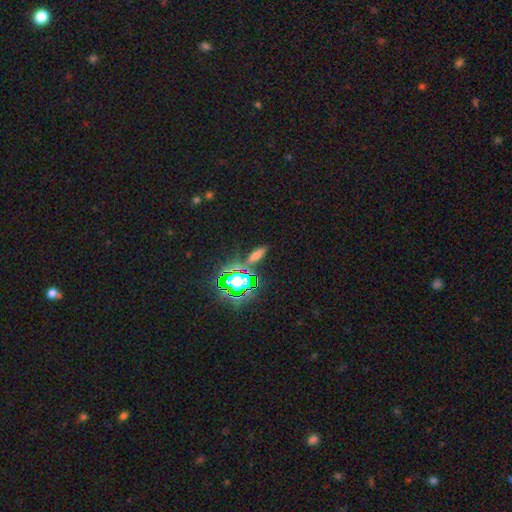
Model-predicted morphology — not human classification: smooth-or-featured: smooth: 56% | star or artifact: 31% | featured or disk: 13%
  how-rounded: cigar-shaped: 48% | in between: 45% | round: 8%
  merging: none: 78% | minor disturbance: 11% | merger: 6% | major disturbance: 5%